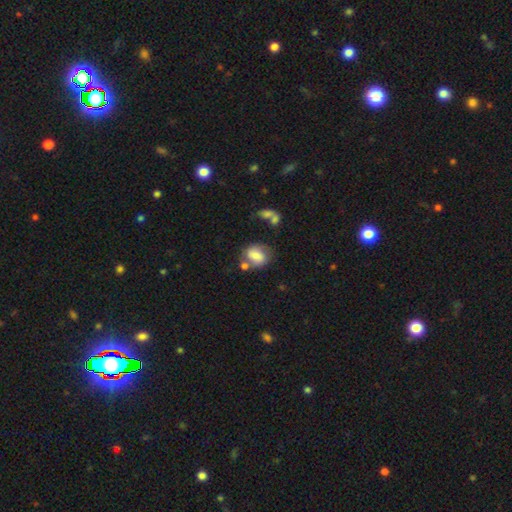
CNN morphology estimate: Overall: smooth (66%). How rounded: in between (52%; round 46%). Merging: none (48%; merger 23%).